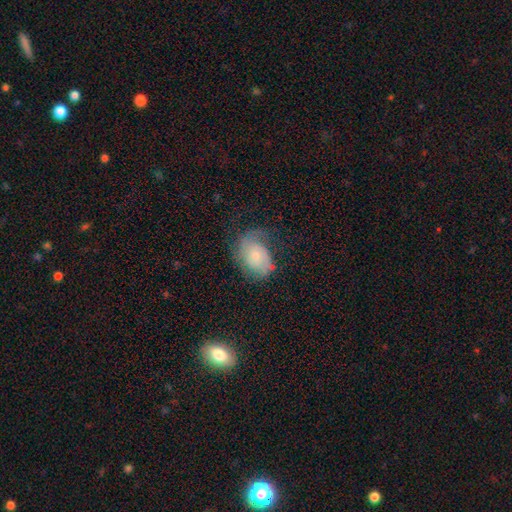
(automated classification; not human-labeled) The model was most divided on "smooth or featured": featured or disk: 52%, smooth: 38%, star or artifact: 9%. More confident: edge-on disk — no (97%); spiral arms — yes (81%); bar — no (79%); bulge size — small (65%); merging — none (50%).